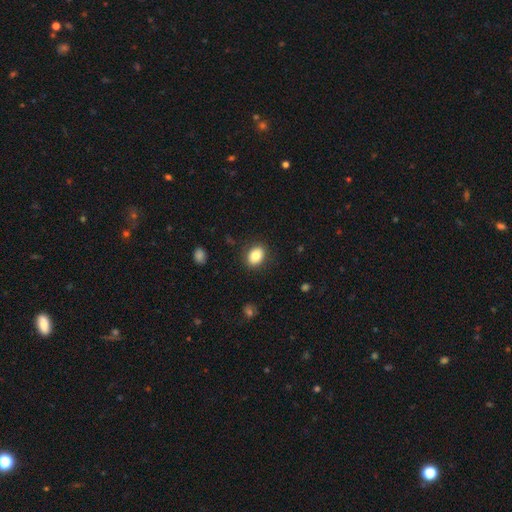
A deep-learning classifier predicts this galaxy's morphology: smooth 82%, featured or disk 10%, star or artifact 8%. Down the decision tree: how rounded — in between (65%); merging — none (87%).